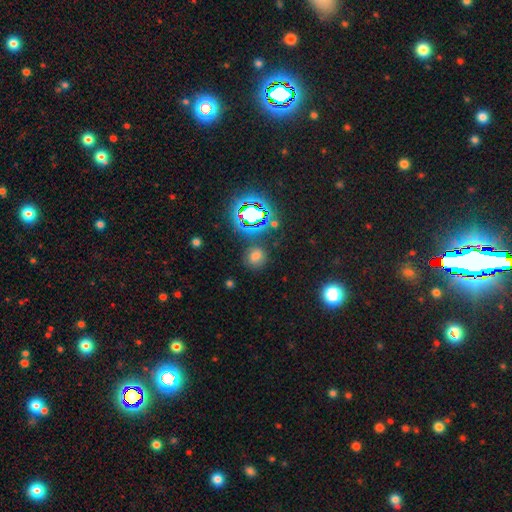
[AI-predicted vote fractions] A smooth galaxy with no disk features (61%) that is round (78%). Merging: none (77%).